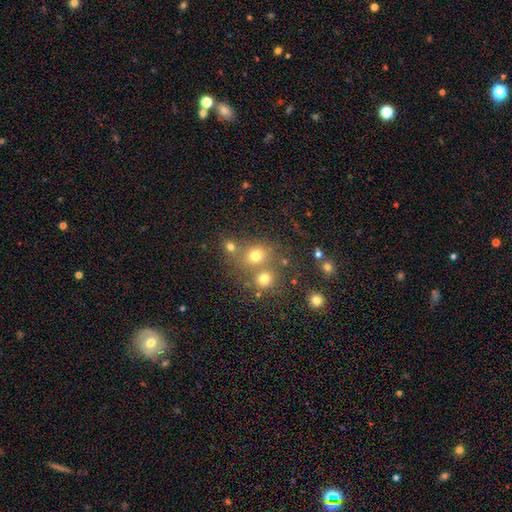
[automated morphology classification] A smooth galaxy with no disk features (71%) that is round (79%). Merging: none (55%).